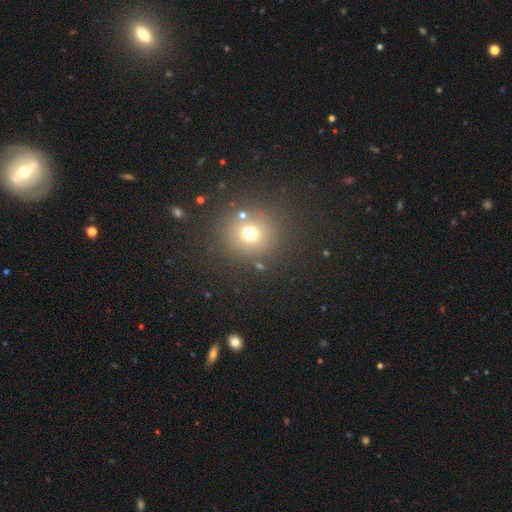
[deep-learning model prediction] smooth_or_featured: smooth (p=0.49) [alt: star or artifact p=0.41]
merging: none (p=0.87) [alt: minor disturbance p=0.06]